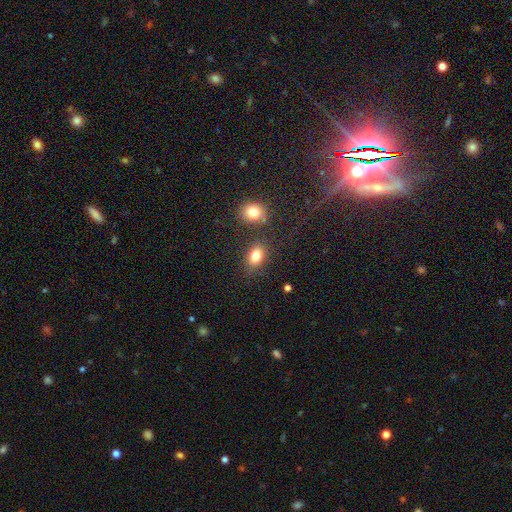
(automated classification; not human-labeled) Overall: smooth (83%). How rounded: in between (80%). Merging: none (75%).